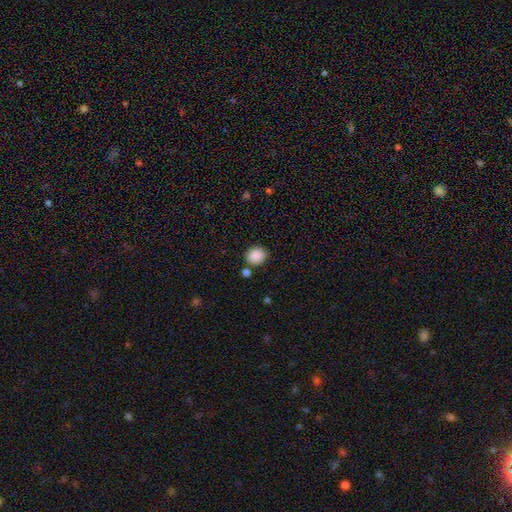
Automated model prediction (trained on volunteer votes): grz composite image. It shows a smooth galaxy with no disk features (88%) that is round (79%). Merging: none (79%).